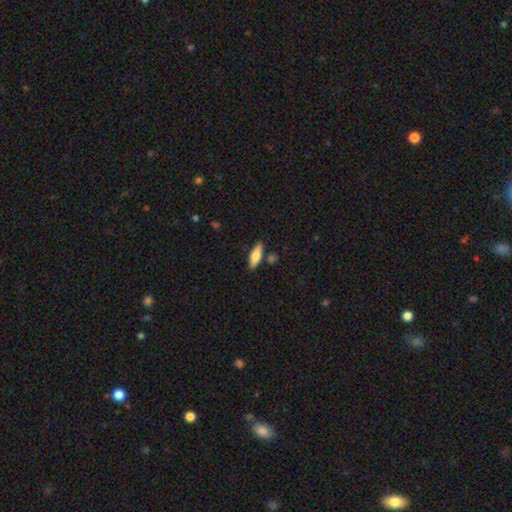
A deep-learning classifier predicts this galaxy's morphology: Smooth or featured? Predicted: smooth (p=0.72). How rounded? Predicted: in between (p=0.55). Merging? Predicted: none (p=0.82).